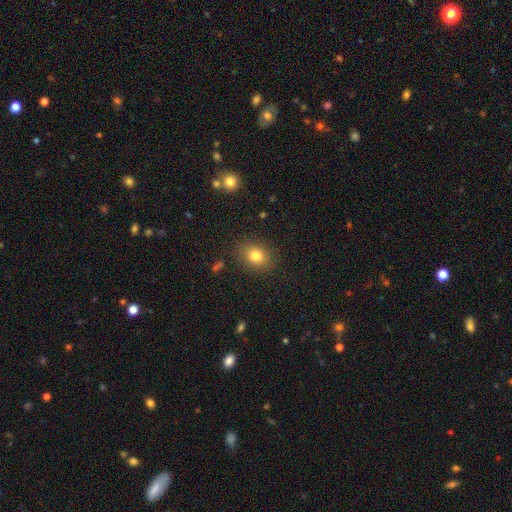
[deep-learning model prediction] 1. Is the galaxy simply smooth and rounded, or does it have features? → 80% smooth, 12% star or artifact, 8% featured or disk.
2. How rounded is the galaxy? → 50% round, 49% in between, 1% cigar-shaped.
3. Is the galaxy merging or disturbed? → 86% none, 9% minor disturbance, 3% major disturbance, 1% merger.